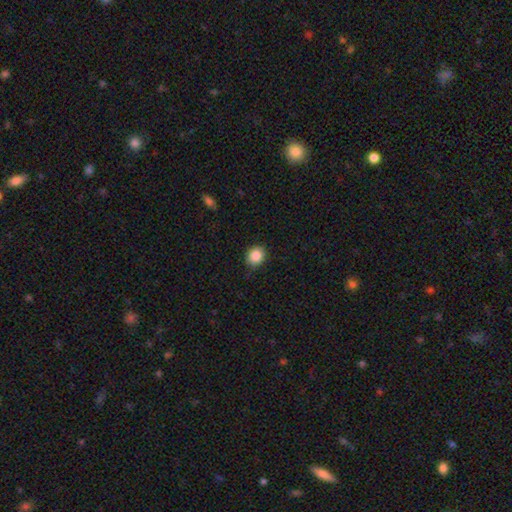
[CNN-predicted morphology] smooth 87%, star or artifact 9%, featured or disk 4%. Down the decision tree: how rounded — round (72%); merging — none (88%).